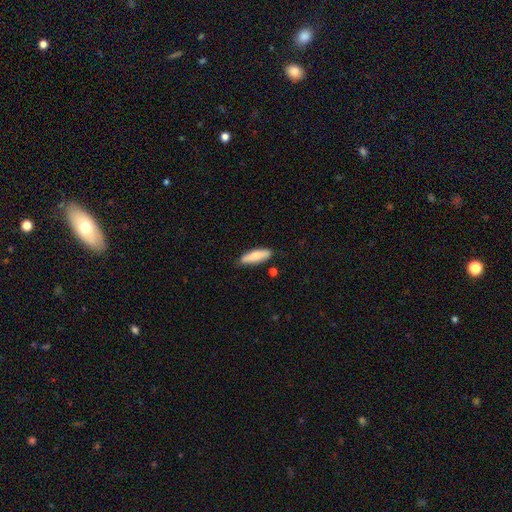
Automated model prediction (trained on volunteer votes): This appears to be a smooth galaxy with no disk features (78%) that is cigar-shaped (55%). Merging: none (82%).